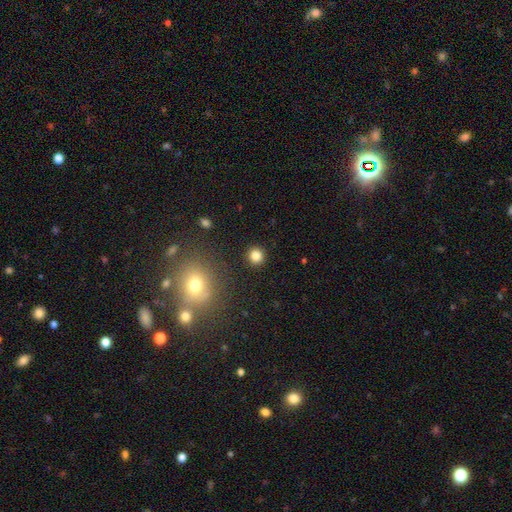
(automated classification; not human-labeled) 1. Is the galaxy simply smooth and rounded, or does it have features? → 83% smooth, 12% star or artifact, 5% featured or disk.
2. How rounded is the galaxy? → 91% round, 8% in between, 1% cigar-shaped.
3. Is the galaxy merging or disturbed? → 91% none, 5% minor disturbance, 2% major disturbance, 2% merger.